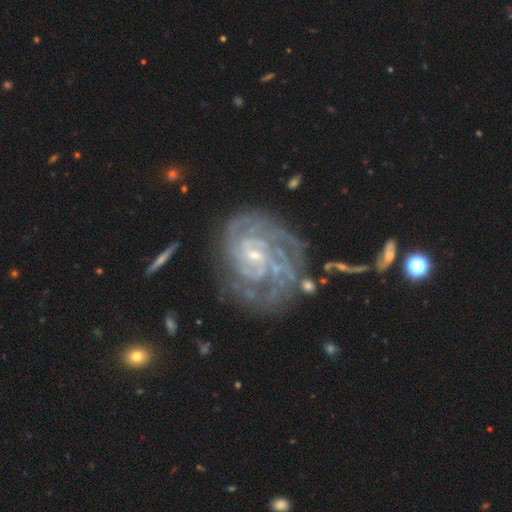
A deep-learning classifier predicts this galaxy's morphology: This appears to be a featured or disk galaxy (90%) with no bar (52%), 4 (24%) tight (73%) spiral arms (98%) and a small central bulge (78%). Merging: none (59%).